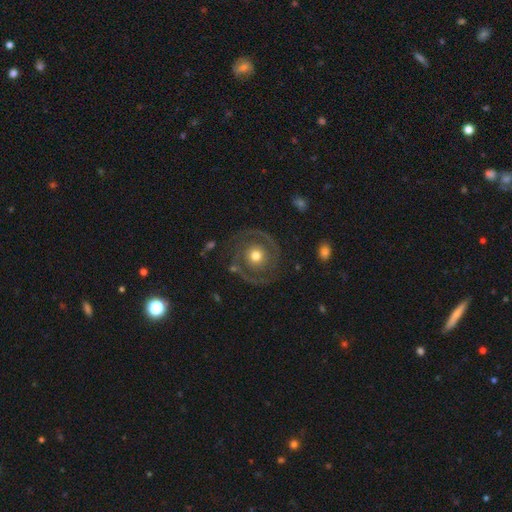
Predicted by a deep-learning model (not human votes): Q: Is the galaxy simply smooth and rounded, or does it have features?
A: featured or disk — 84%.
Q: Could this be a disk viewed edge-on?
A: no — 98%.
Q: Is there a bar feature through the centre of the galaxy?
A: no — 81%.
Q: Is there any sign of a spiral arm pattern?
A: yes — 91%.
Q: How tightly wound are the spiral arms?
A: tight — 53%.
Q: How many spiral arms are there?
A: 2 — 88%.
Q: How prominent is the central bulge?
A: moderate — 74%.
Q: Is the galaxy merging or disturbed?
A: none — 81%.